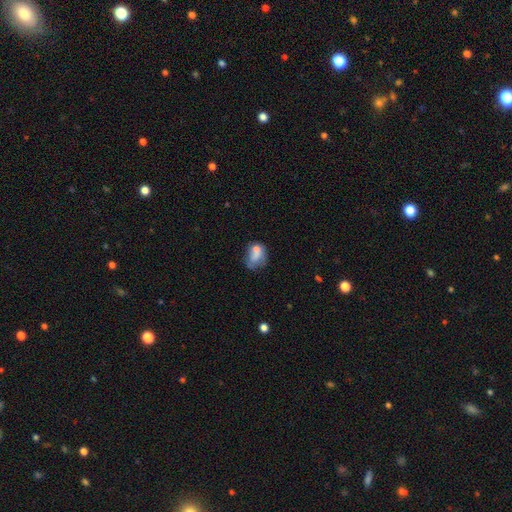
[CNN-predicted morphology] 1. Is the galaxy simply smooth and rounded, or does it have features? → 66% smooth, 23% featured or disk, 11% star or artifact.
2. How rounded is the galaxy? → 68% in between, 30% round, 2% cigar-shaped.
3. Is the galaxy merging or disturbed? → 29% minor disturbance, 28% none, 27% major disturbance, 17% merger.